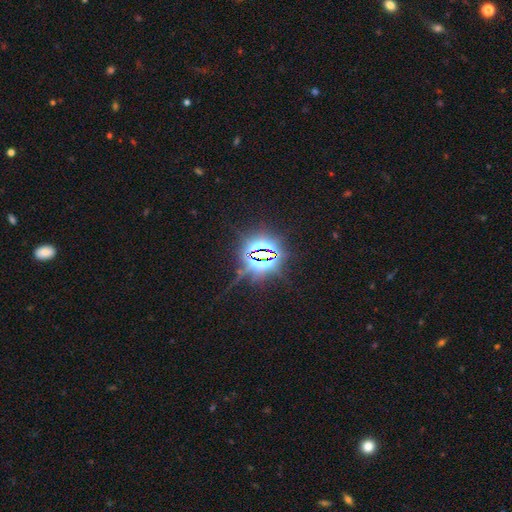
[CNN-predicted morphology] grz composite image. It shows a star or artifact, not a galaxy (83%).